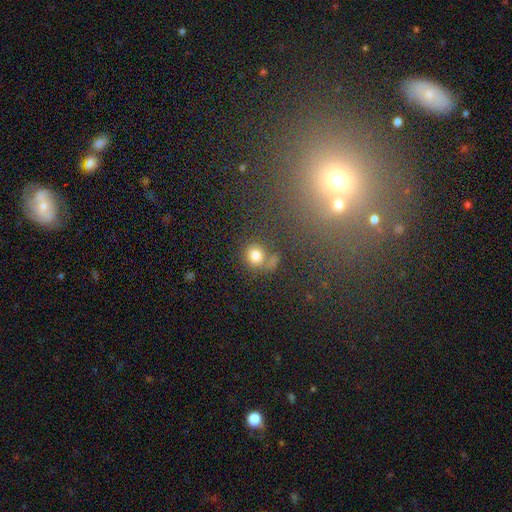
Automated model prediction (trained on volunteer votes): Morphology: type=smooth (78%); roundness=round (80%); merging=none (59%).